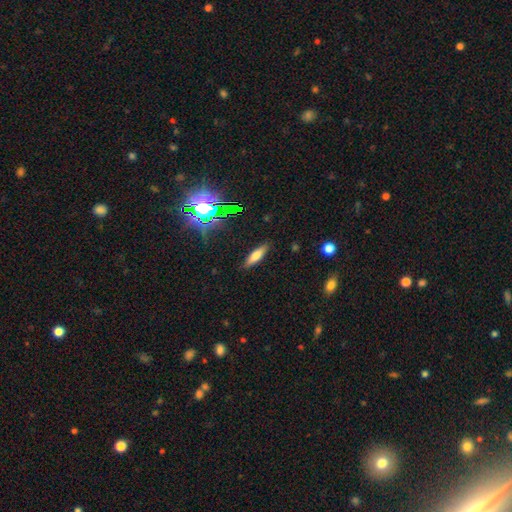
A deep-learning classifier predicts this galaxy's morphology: This appears to be a smooth galaxy with no disk features (63%) that is cigar-shaped (58%). Merging: none (87%).